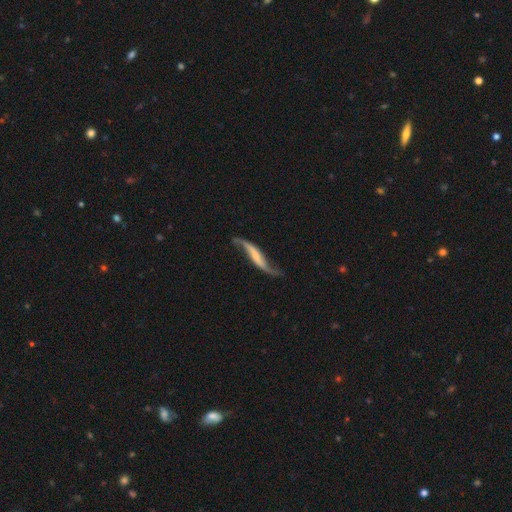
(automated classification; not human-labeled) Q: Smooth or featured?
A: featured or disk (83%); runner-up: smooth (12%)
Q: Edge-on disk?
A: no (76%); runner-up: yes (24%)
Q: Bar?
A: no (37%); runner-up: strong (33%)
Q: Spiral arms?
A: yes (94%); runner-up: no (6%)
Q: Spiral winding?
A: loose (93%); runner-up: medium (5%)
Q: Spiral arm count?
A: 2 (91%); runner-up: 1 (4%)
Q: Bulge size?
A: small (43%); runner-up: none (37%)
Q: Merging?
A: none (66%); runner-up: minor disturbance (19%)